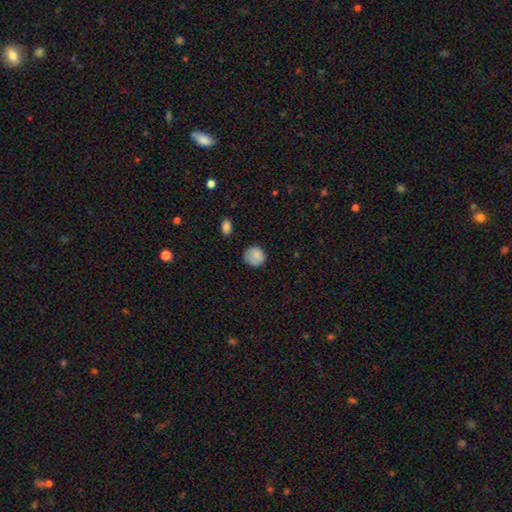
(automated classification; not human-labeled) smooth 85%, star or artifact 9%, featured or disk 6%. Down the decision tree: how rounded — round (83%); merging — none (72%).